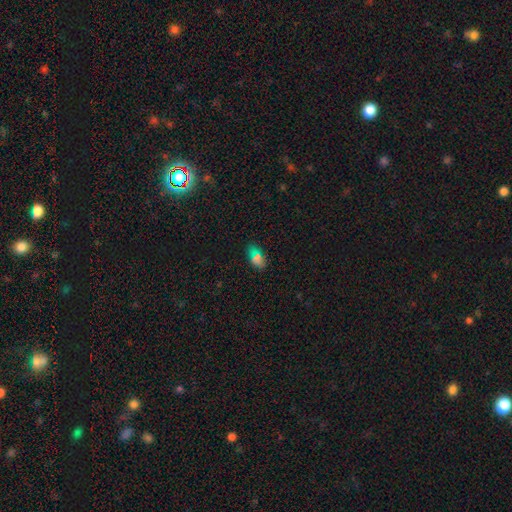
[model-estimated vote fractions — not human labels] smooth-or-featured: smooth: 69% | star or artifact: 21% | featured or disk: 10%
  how-rounded: in between: 90% | round: 6% | cigar-shaped: 4%
  merging: none: 83% | minor disturbance: 12% | major disturbance: 3% | merger: 2%